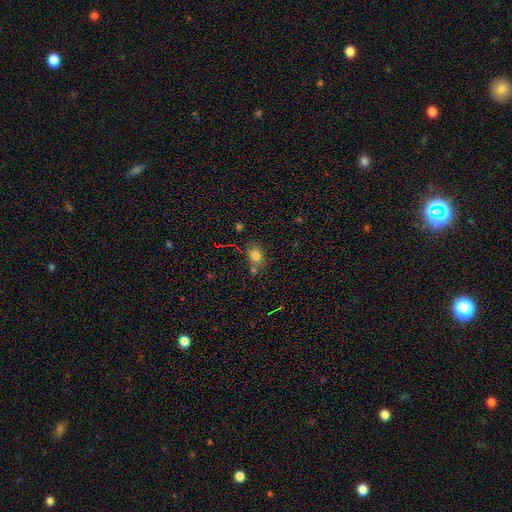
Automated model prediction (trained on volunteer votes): smooth 78%, star or artifact 13%, featured or disk 8%. Down the decision tree: how rounded — in between (51%); merging — none (67%).